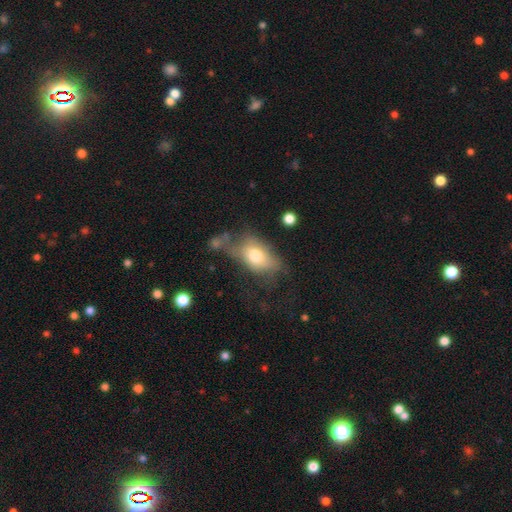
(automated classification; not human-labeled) Smooth or featured?
  - smooth: 67% *
  - featured or disk: 24%
  - star or artifact: 8%
How rounded?
  - in between: 87% *
  - round: 10%
  - cigar-shaped: 4%
Merging?
  - none: 36% *
  - minor disturbance: 28%
  - major disturbance: 27%
  - merger: 9%